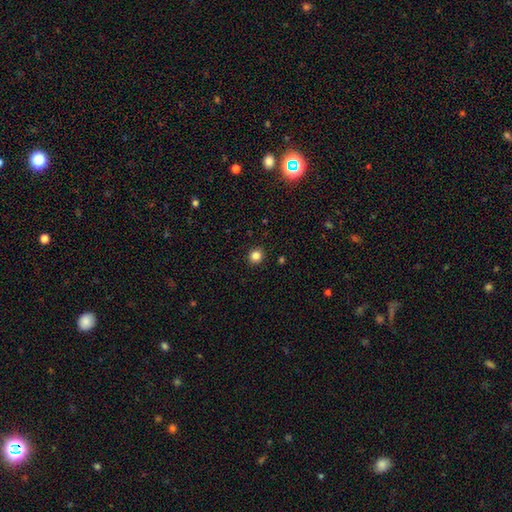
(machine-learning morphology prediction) Q: Smooth or featured?
A: smooth (84%); runner-up: star or artifact (12%)
Q: How rounded?
A: round (91%); runner-up: in between (8%)
Q: Merging?
A: none (92%); runner-up: minor disturbance (5%)